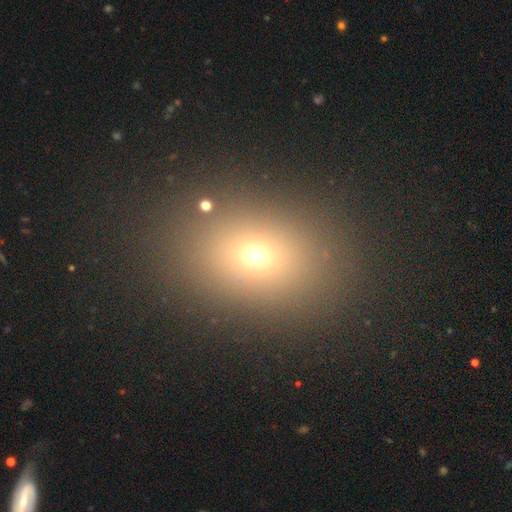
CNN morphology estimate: Smooth or featured? smooth (66%)
How rounded? in between (59%)
Merging? none (85%)